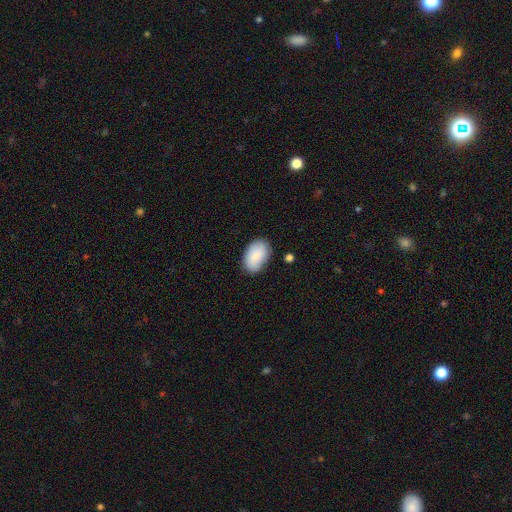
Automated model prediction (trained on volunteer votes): Smooth or featured: smooth — 84% (featured or disk — 9%)
How rounded: in between — 91% (round — 8%)
Merging: none — 81% (minor disturbance — 14%)